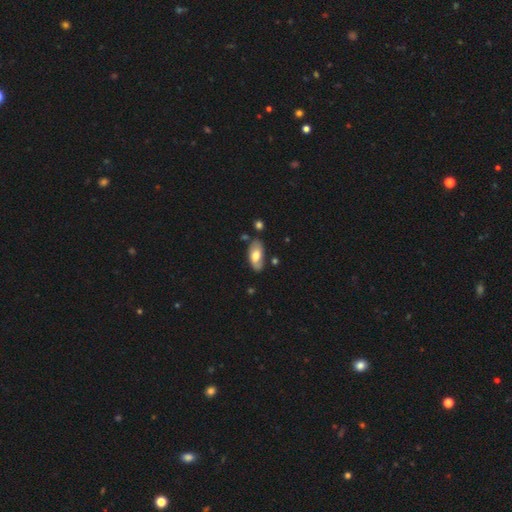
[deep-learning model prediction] Overall: smooth (64%; featured or disk 30%). How rounded: in between (91%). Merging: none (73%).